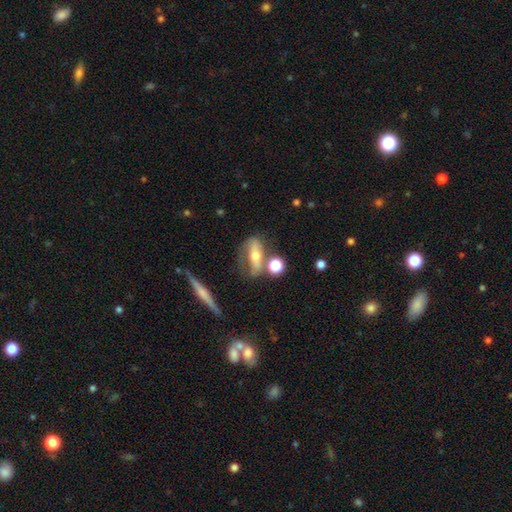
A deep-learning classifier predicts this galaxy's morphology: Smooth or featured?
  - featured or disk: 52% *
  - smooth: 36%
  - star or artifact: 11%
Edge-on disk?
  - no: 54% *
  - yes: 46%
Merging?
  - none: 57% *
  - minor disturbance: 18%
  - merger: 15%
  - major disturbance: 10%